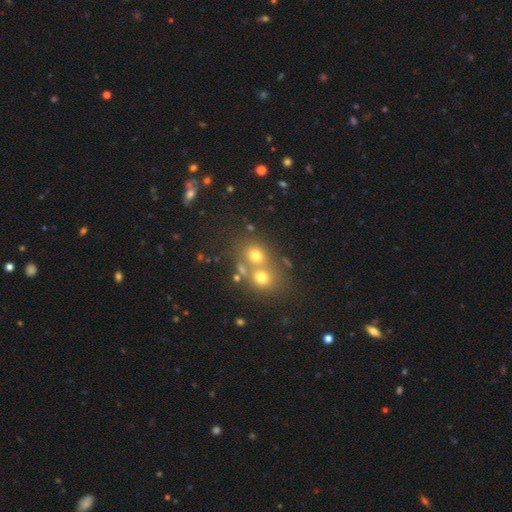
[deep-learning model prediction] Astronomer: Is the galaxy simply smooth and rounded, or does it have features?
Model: smooth — 66%.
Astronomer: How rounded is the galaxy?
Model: round — 72%.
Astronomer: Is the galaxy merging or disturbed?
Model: merger — 44%, tied with none at 44%.